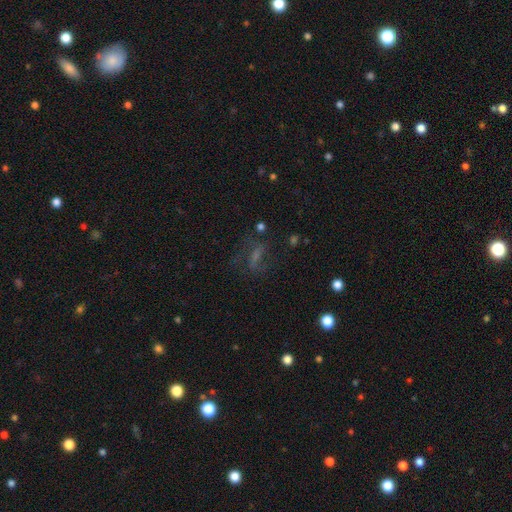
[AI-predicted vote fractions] A featured or disk galaxy (43%).

Vote fractions:
- Smooth or featured? featured or disk: 43% / smooth: 29% / star or artifact: 28%
- Merging? none: 59% / major disturbance: 21% / minor disturbance: 17% / merger: 3%